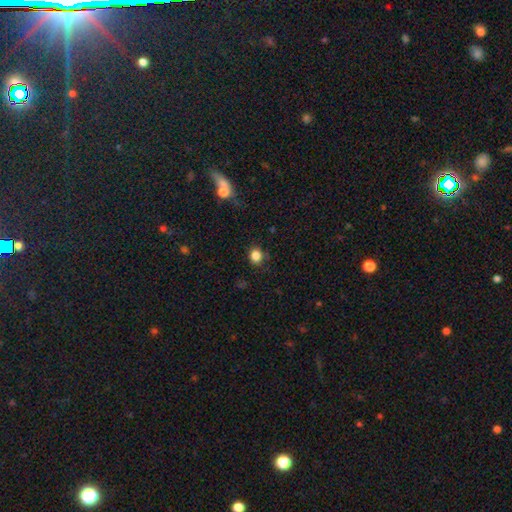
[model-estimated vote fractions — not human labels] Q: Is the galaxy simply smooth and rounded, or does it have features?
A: smooth — 84%.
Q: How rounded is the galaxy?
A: round — 78%.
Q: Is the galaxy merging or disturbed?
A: none — 84%.